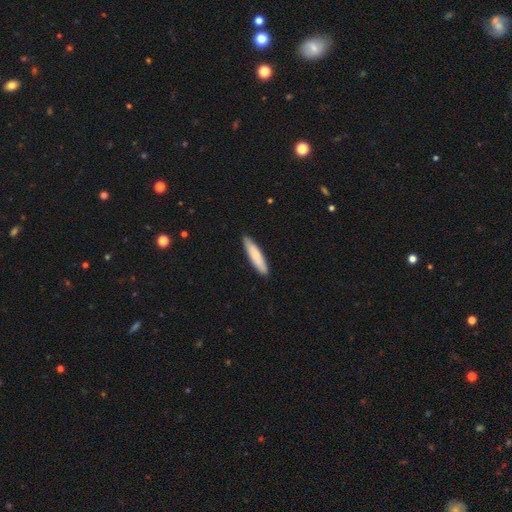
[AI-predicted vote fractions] Smooth or featured?
  - smooth: 80% *
  - featured or disk: 15%
  - star or artifact: 5%
How rounded?
  - cigar-shaped: 84% *
  - in between: 15%
  - round: 1%
Merging?
  - none: 90% *
  - minor disturbance: 7%
  - major disturbance: 1%
  - merger: 1%